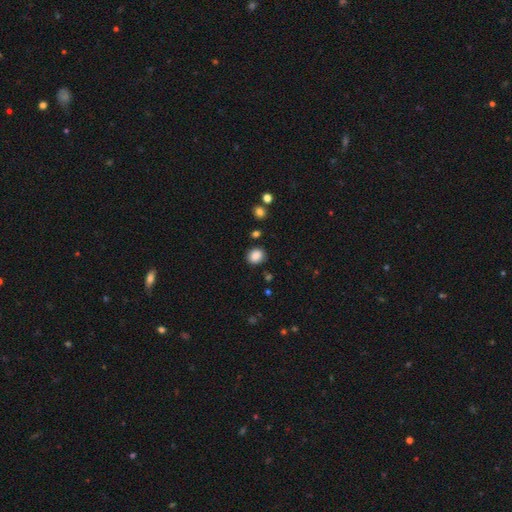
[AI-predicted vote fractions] smooth_or_featured: smooth (p=0.87) [alt: star or artifact p=0.09]
how_rounded: round (p=0.67) [alt: in between p=0.32]
merging: none (p=0.85) [alt: minor disturbance p=0.09]